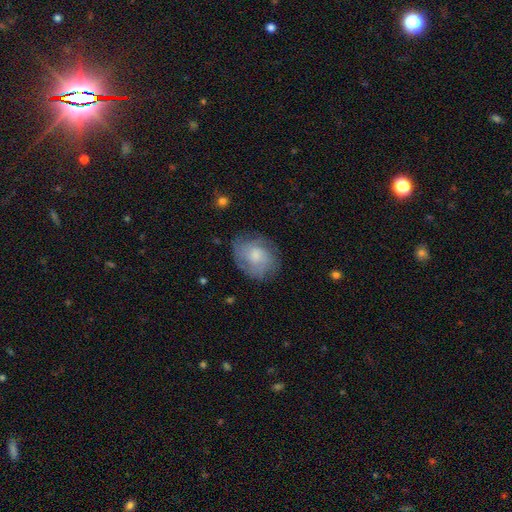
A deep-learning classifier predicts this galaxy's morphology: This appears to be a smooth galaxy with no disk features (48%). Merging: none (67%).